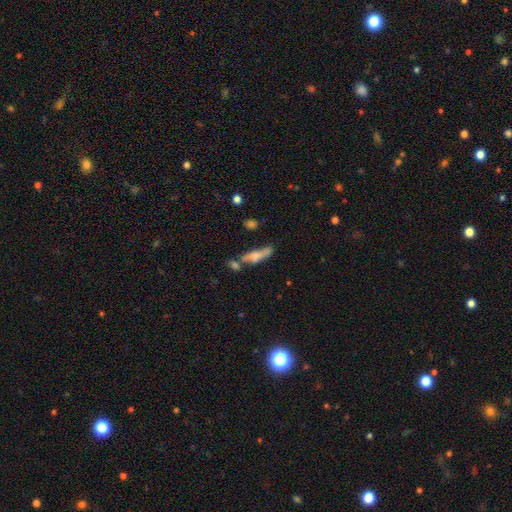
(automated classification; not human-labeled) Smooth or featured?
  - smooth: 61% *
  - featured or disk: 31%
  - star or artifact: 8%
How rounded?
  - cigar-shaped: 65% *
  - in between: 32%
  - round: 3%
Merging?
  - none: 43% *
  - merger: 26%
  - minor disturbance: 21%
  - major disturbance: 10%